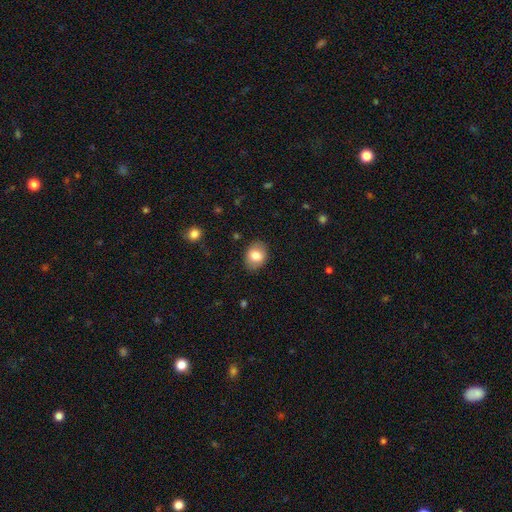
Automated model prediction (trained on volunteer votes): Smooth or featured?
  - smooth: 79% *
  - featured or disk: 13%
  - star or artifact: 8%
How rounded?
  - in between: 68% *
  - round: 31%
  - cigar-shaped: 1%
Merging?
  - none: 86% *
  - minor disturbance: 11%
  - major disturbance: 3%
  - merger: 1%